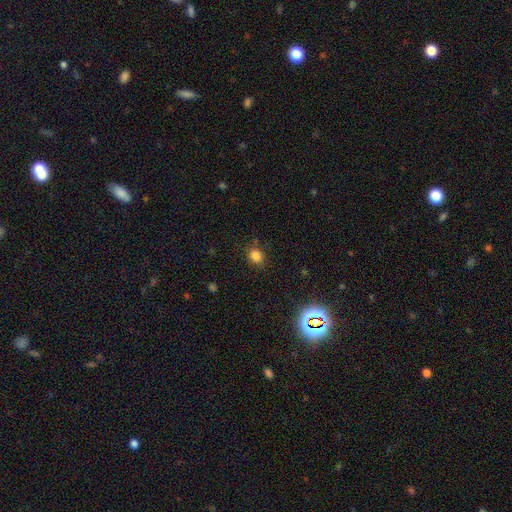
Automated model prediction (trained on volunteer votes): Smooth or featured: smooth — 82% (star or artifact — 14%)
How rounded: round — 59% (in between — 40%)
Merging: none — 84% (minor disturbance — 11%)